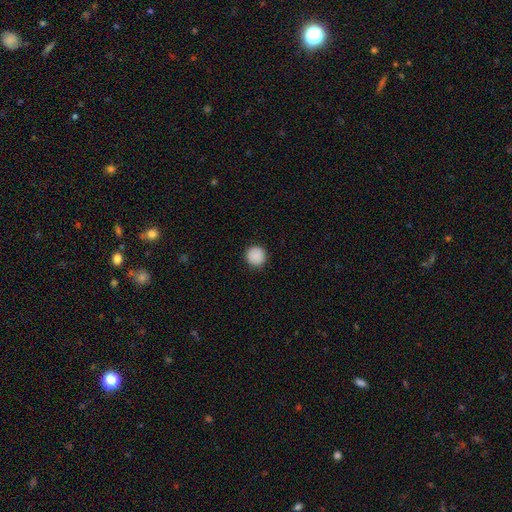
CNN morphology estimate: smooth_or_featured: smooth (p=0.89) [alt: star or artifact p=0.08]
how_rounded: round (p=0.95) [alt: in between p=0.04]
merging: none (p=0.91) [alt: minor disturbance p=0.06]